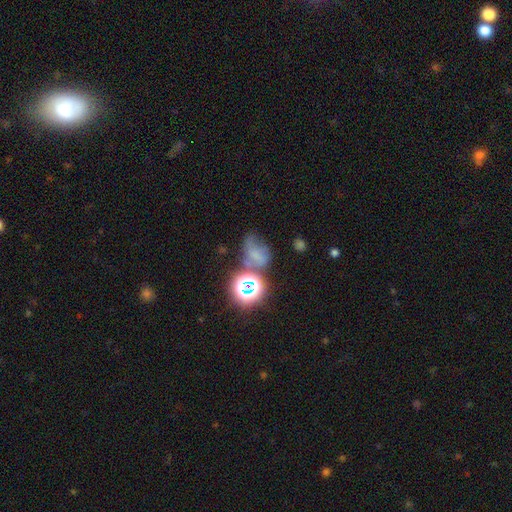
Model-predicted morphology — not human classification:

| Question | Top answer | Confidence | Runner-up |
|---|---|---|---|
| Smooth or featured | smooth | 47% | star or artifact (31%) |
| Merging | none | 34% | minor disturbance (23%) |